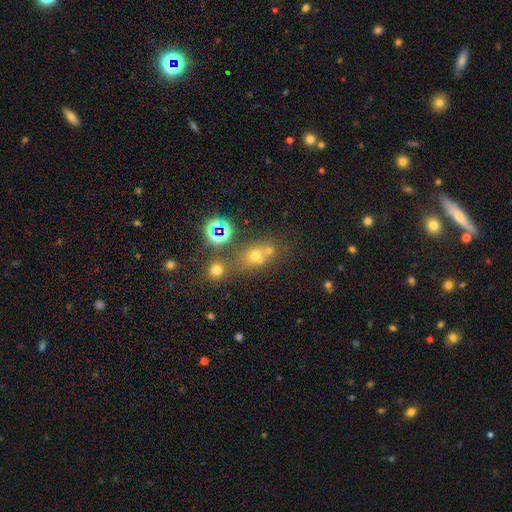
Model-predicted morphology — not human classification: type=smooth (54%); roundness=round (61%); merging=none (49%).